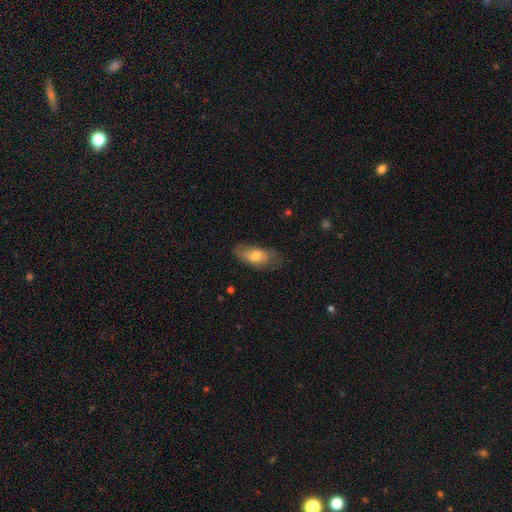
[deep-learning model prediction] Morphology: type=smooth (68%); roundness=in between (88%); merging=none (64%).